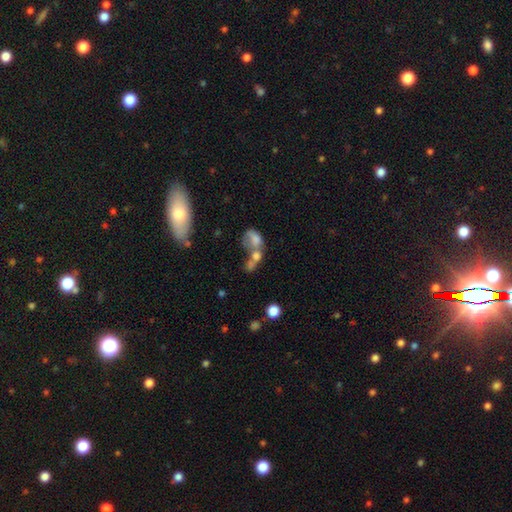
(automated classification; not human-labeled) Smooth or featured? Predicted: smooth (p=0.58). How rounded? Predicted: in between (p=0.66). Merging? Predicted: merger (p=0.58).